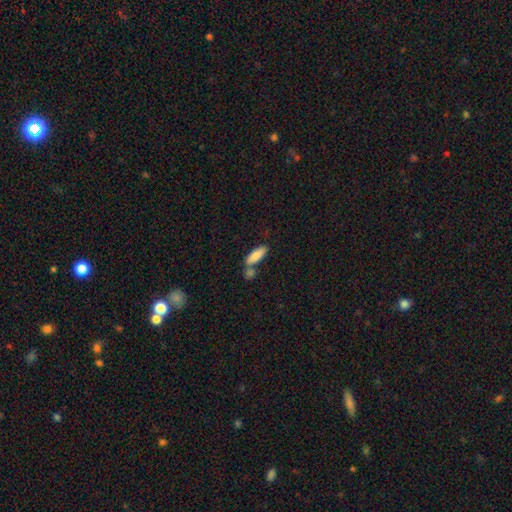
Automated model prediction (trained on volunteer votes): Smooth or featured?
  - smooth: 81% *
  - featured or disk: 12%
  - star or artifact: 7%
How rounded?
  - in between: 61% *
  - cigar-shaped: 37%
  - round: 2%
Merging?
  - none: 52% *
  - merger: 31%
  - minor disturbance: 12%
  - major disturbance: 4%